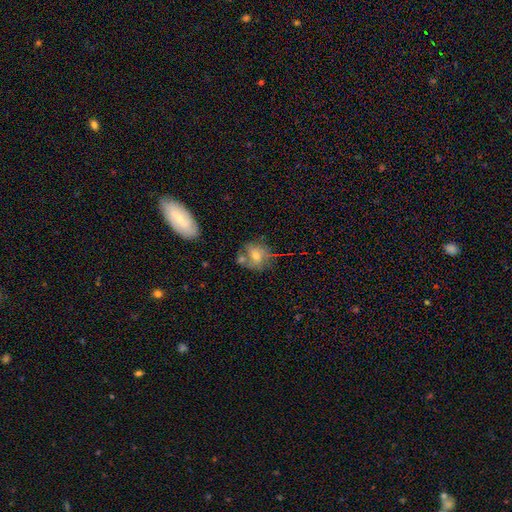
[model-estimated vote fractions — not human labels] Smooth or featured: smooth — 56% (featured or disk — 33%)
How rounded: round — 62% (in between — 36%)
Merging: none — 52% (minor disturbance — 21%)